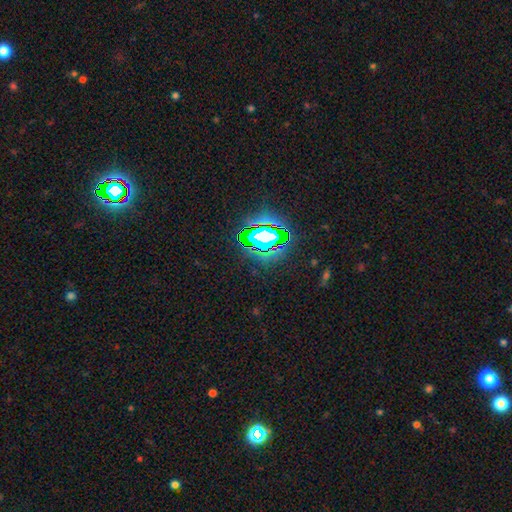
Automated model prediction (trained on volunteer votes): Smooth or featured?
  - star or artifact: 83% *
  - smooth: 10%
  - featured or disk: 7%